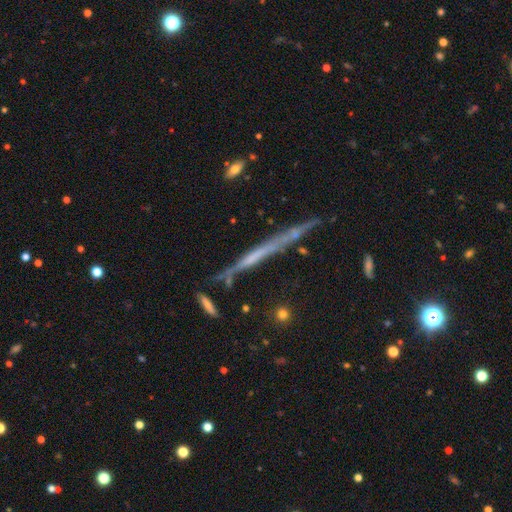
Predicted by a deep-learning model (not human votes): Smooth or featured?
  - featured or disk: 60% *
  - smooth: 30%
  - star or artifact: 10%
Edge-on disk?
  - yes: 93% *
  - no: 7%
Edge-on bulge?
  - none: 83% *
  - rounded: 10%
  - boxy: 7%
Merging?
  - none: 71% *
  - minor disturbance: 17%
  - merger: 7%
  - major disturbance: 5%